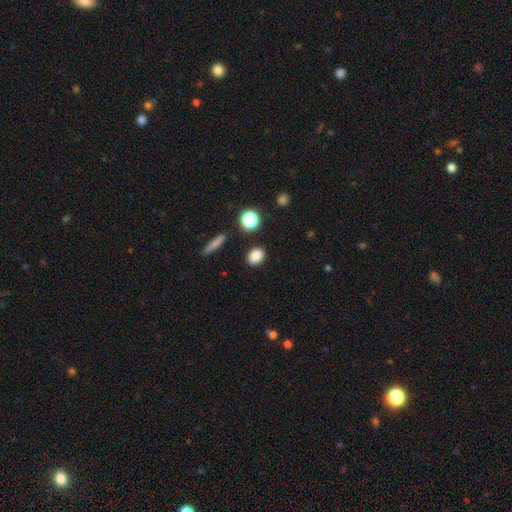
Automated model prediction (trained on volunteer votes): Overall: smooth (84%). How rounded: in between (53%; round 44%). Merging: none (88%).